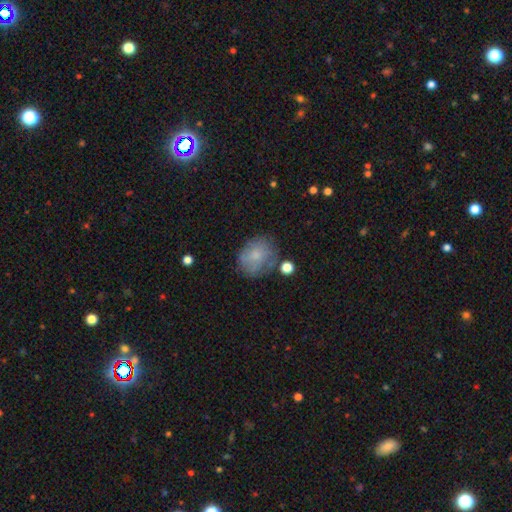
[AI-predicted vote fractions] smooth 69%, featured or disk 22%, star or artifact 9%. Down the decision tree: how rounded — round (57%); merging — none (60%).